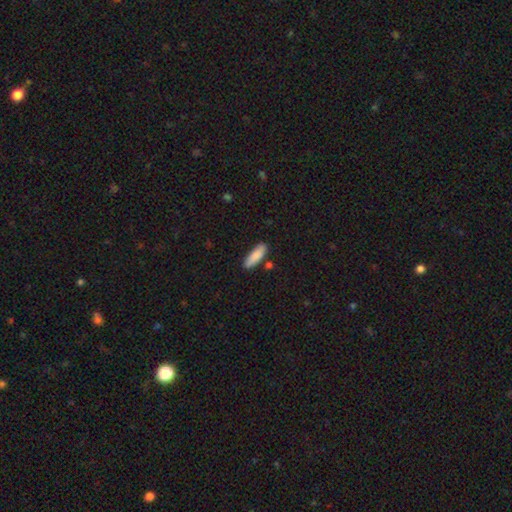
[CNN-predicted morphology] This appears to be a smooth galaxy with no disk features (86%) that is in between round and cigar-shaped (51%). Merging: none (80%).